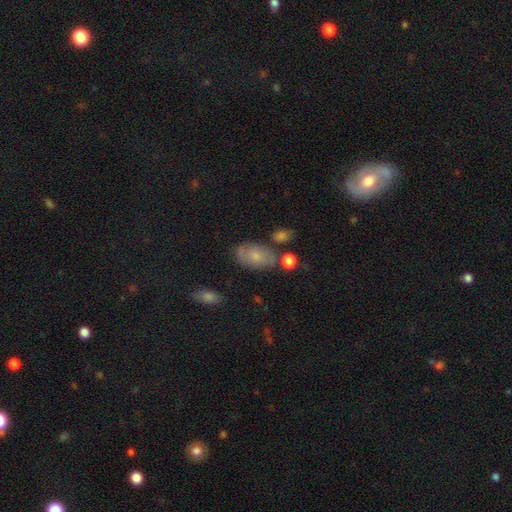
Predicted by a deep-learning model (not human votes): A smooth galaxy with no disk features (64%) that is in between round and cigar-shaped (89%).

Vote fractions:
- Smooth or featured? smooth: 64% / featured or disk: 26% / star or artifact: 10%
- How rounded? in between: 89% / round: 9% / cigar-shaped: 2%
- Merging? none: 66% / minor disturbance: 20% / merger: 9% / major disturbance: 6%